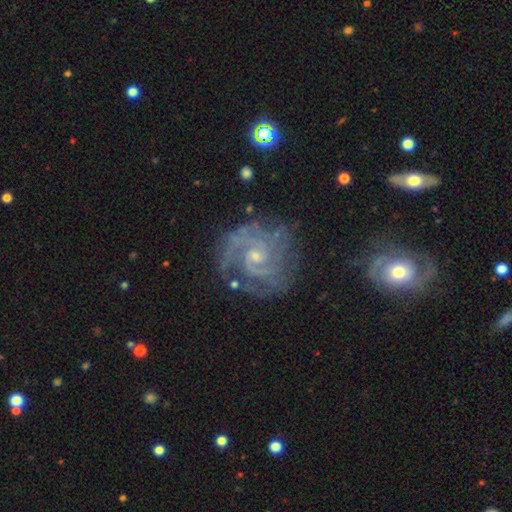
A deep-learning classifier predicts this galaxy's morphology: smooth-or-featured: featured or disk: 90% | star or artifact: 6% | smooth: 4%
  disk-edge-on: no: 98% | yes: 2%
    bar: no: 58% | weak: 35% | strong: 7%
    has-spiral-arms: yes: 98% | no: 2%
      spiral-winding: tight: 60% | medium: 34% | loose: 6%
      spiral-arm-count: 2: 42% | 3: 22% | can't tell: 17% | 4: 7% | 1: 5% | more than 4: 5%
    bulge-size: small: 69% | moderate: 26% | none: 3% | large: 1% | dominant: 1%
  merging: none: 70% | minor disturbance: 19% | major disturbance: 9% | merger: 3%